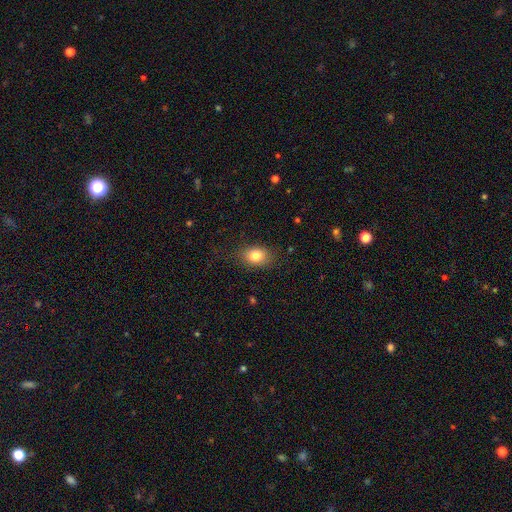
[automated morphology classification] Smooth or featured?
  - smooth: 81% *
  - star or artifact: 10%
  - featured or disk: 9%
How rounded?
  - in between: 73% *
  - round: 26%
  - cigar-shaped: 1%
Merging?
  - none: 80% *
  - minor disturbance: 14%
  - major disturbance: 5%
  - merger: 1%